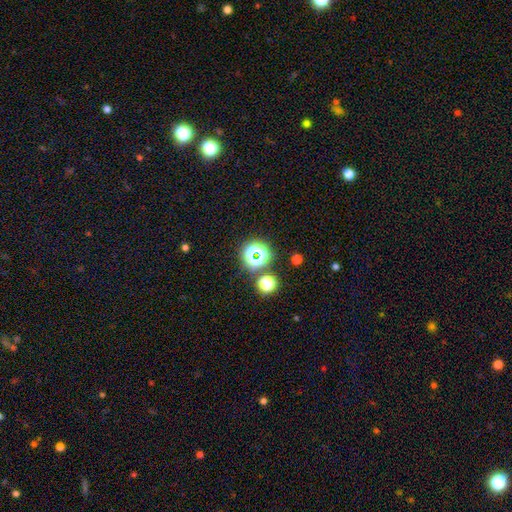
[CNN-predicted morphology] Smooth or featured: star or artifact — 53% (smooth — 37%)